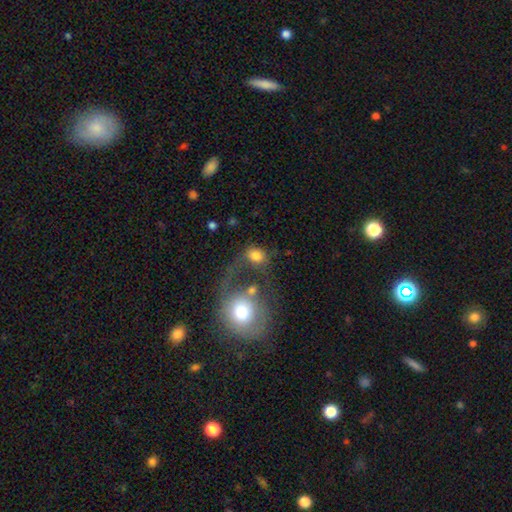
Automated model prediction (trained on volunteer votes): Smooth or featured? smooth (72%)
How rounded? round (53%)
Merging? merger (36%)